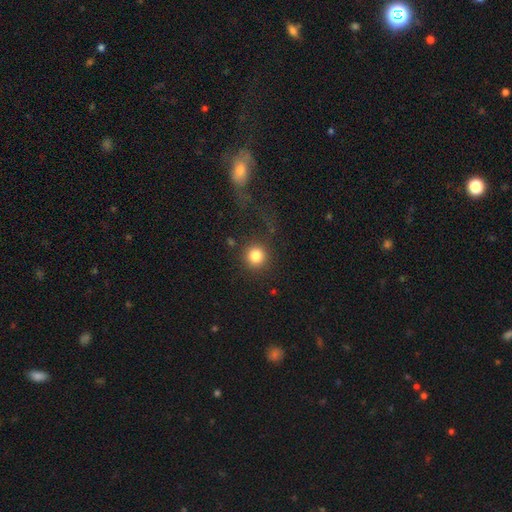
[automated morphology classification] Smooth or featured: smooth — 83% (star or artifact — 11%)
How rounded: round — 93% (in between — 6%)
Merging: none — 82% (minor disturbance — 8%)